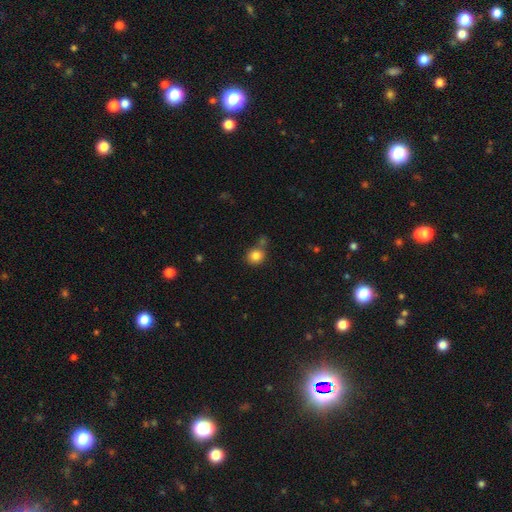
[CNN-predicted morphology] type=smooth (85%); roundness=round (83%); merging=none (66%).